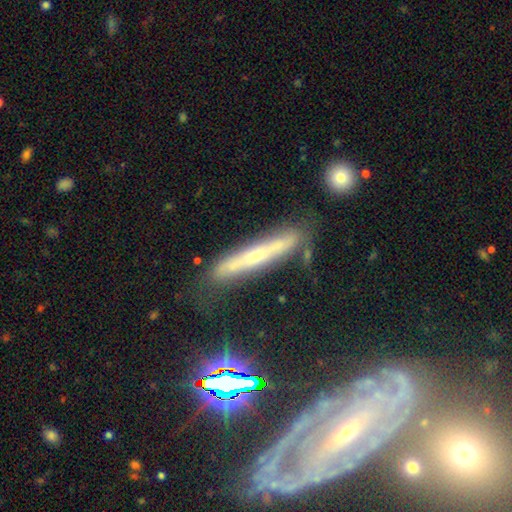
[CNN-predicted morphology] type=featured or disk (60%); edge-on=yes (83%); merging=none (78%).